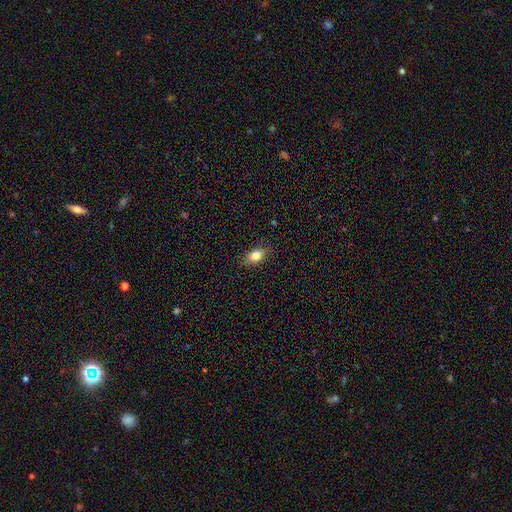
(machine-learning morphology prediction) A smooth galaxy with no disk features (78%) that is in between round and cigar-shaped (79%).

Vote fractions:
- Smooth or featured? smooth: 78% / featured or disk: 12% / star or artifact: 9%
- How rounded? in between: 79% / round: 14% / cigar-shaped: 7%
- Merging? none: 84% / minor disturbance: 12% / major disturbance: 3% / merger: 1%